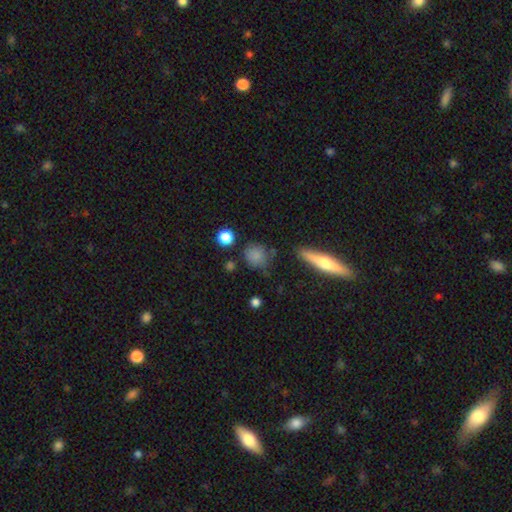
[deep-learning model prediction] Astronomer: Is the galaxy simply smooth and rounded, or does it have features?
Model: smooth — 79%.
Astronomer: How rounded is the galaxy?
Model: round — 77%.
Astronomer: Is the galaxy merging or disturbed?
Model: none — 67%.